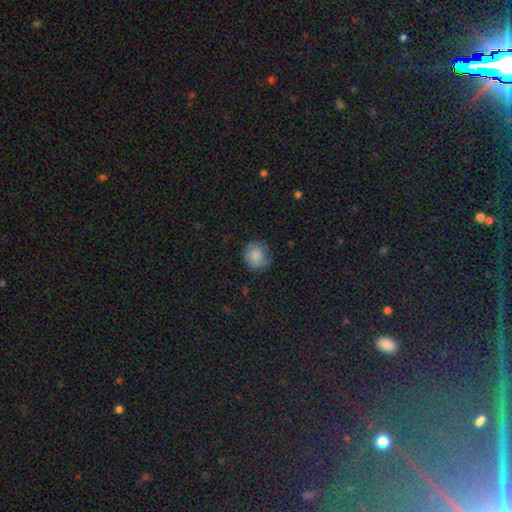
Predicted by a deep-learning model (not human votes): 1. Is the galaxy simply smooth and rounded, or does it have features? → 83% smooth, 9% star or artifact, 8% featured or disk.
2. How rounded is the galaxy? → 83% round, 16% in between, 1% cigar-shaped.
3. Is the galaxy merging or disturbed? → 74% none, 20% minor disturbance, 5% major disturbance, 1% merger.